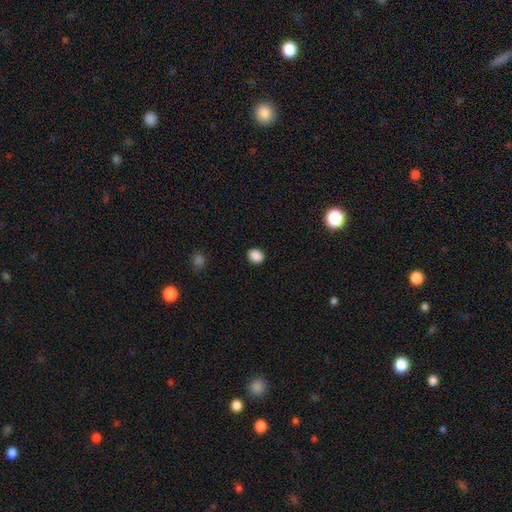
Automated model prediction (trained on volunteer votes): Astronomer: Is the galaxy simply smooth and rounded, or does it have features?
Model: smooth — 88%.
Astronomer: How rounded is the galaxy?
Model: round — 52% (runner-up: in between, 47%).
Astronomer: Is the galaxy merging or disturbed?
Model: none — 90%.